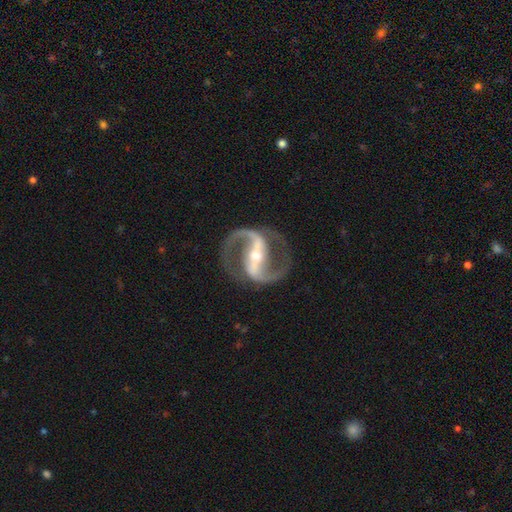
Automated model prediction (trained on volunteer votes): This is clearly a featured or disk galaxy (94%). It is clearly not viewed edge-on (97%). Bar: likely strong (71%). Spiral arm pattern: clearly yes (98%). Spiral arm count: clearly 2 (95%). Spiral winding: likely medium (62%). Central bulge: possibly small (50%). Merging: clearly none (85%).